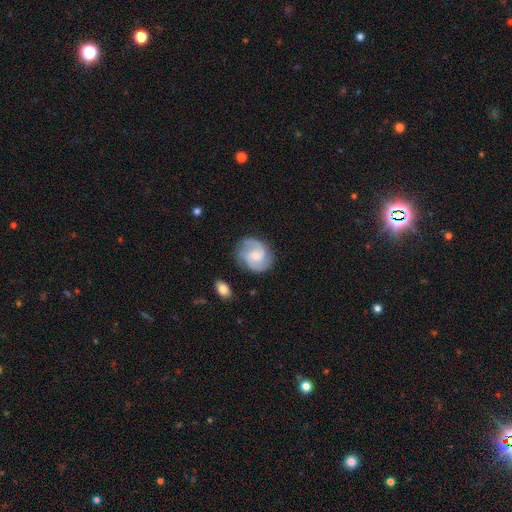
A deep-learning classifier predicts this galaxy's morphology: Smooth or featured?
  - featured or disk: 74% *
  - smooth: 20%
  - star or artifact: 6%
Edge-on disk?
  - no: 98% *
  - yes: 2%
Bar?
  - no: 52% *
  - weak: 42%
  - strong: 6%
Spiral arms?
  - yes: 95% *
  - no: 5%
Spiral winding?
  - medium: 50% *
  - tight: 29%
  - loose: 22%
Spiral arm count?
  - 2: 65% *
  - 3: 16%
  - can't tell: 11%
  - 1: 4%
  - 4: 2%
  - more than 4: 2%
Bulge size?
  - moderate: 49% *
  - small: 42%
  - large: 4%
  - none: 4%
  - dominant: 1%
Merging?
  - none: 74% *
  - minor disturbance: 18%
  - major disturbance: 6%
  - merger: 3%